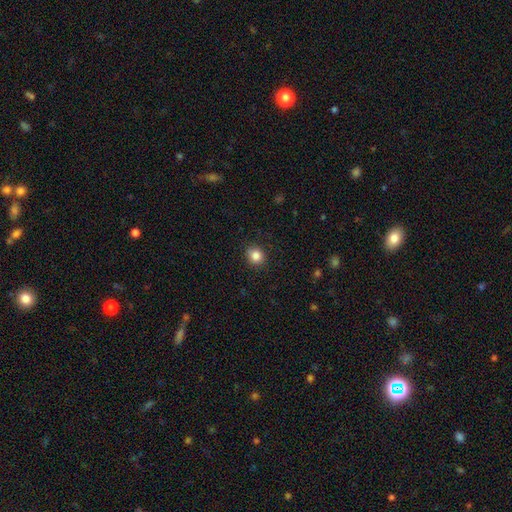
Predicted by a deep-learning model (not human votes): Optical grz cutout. It shows a smooth galaxy with no disk features (85%) that is round (77%). Merging: none (89%).